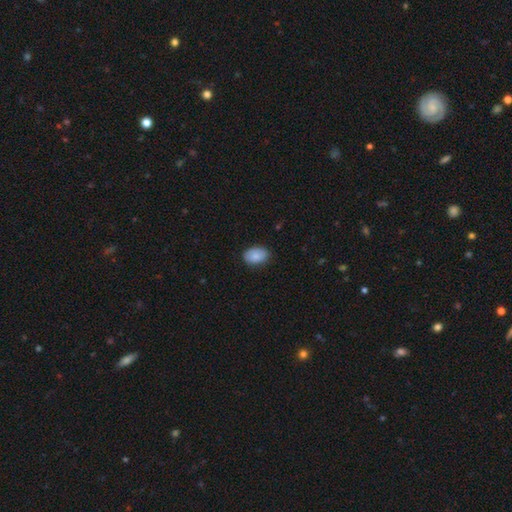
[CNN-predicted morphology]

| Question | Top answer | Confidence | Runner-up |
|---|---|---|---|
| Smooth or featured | smooth | 86% | featured or disk (7%) |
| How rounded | in between | 86% | round (13%) |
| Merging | none | 82% | minor disturbance (15%) |